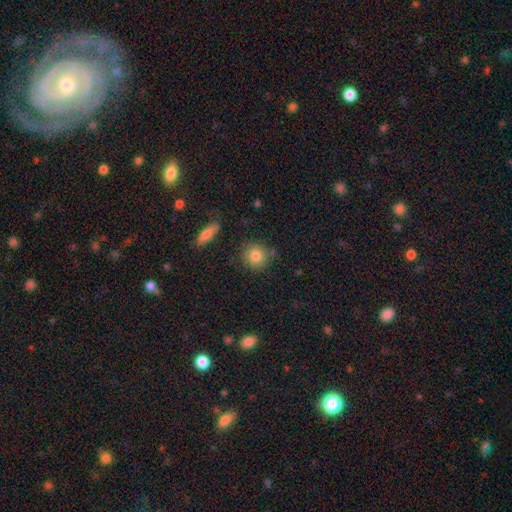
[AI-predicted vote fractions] A smooth galaxy with no disk features (83%) that is round (89%). Merging: none (81%).